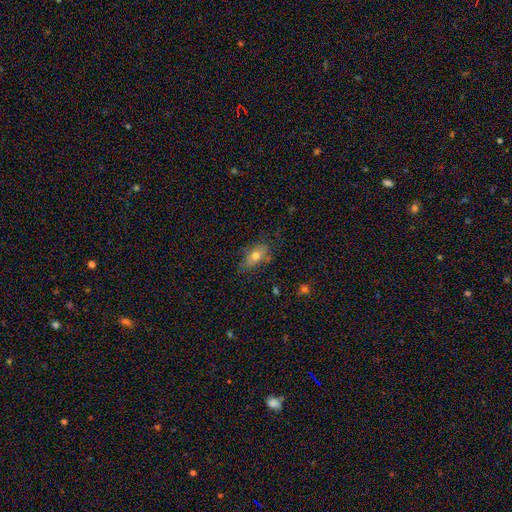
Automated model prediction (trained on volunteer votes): A smooth galaxy with no disk features (72%) that is in between round and cigar-shaped (83%).

Vote fractions:
- Smooth or featured? smooth: 72% / featured or disk: 19% / star or artifact: 10%
- How rounded? in between: 83% / cigar-shaped: 9% / round: 8%
- Merging? none: 71% / minor disturbance: 21% / major disturbance: 5% / merger: 2%